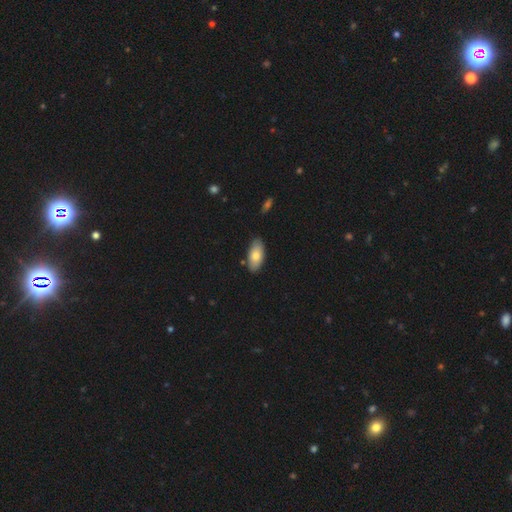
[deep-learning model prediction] The model was most divided on "smooth or featured": smooth: 78%, featured or disk: 16%, star or artifact: 6%. More confident: how rounded — in between (91%); merging — none (84%).